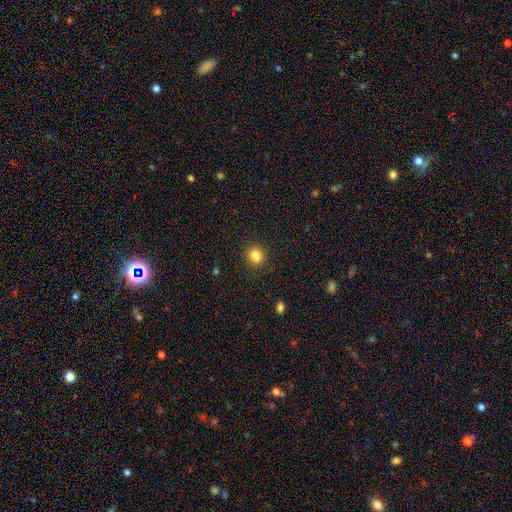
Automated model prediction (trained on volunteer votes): A smooth galaxy with no disk features (85%) that is round (81%).

Vote fractions:
- Smooth or featured? smooth: 85% / star or artifact: 11% / featured or disk: 5%
- How rounded? round: 81% / in between: 18% / cigar-shaped: 1%
- Merging? none: 90% / minor disturbance: 7% / major disturbance: 2% / merger: 1%